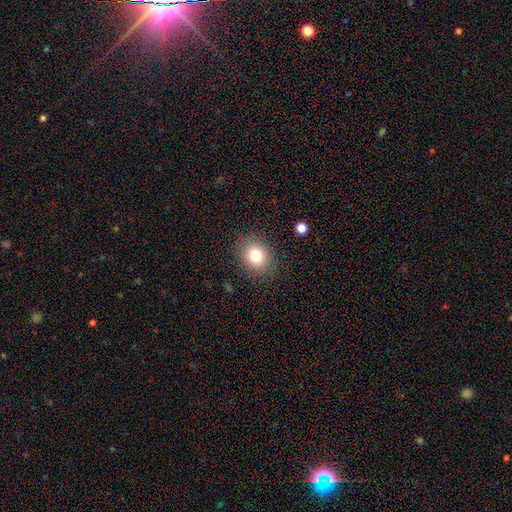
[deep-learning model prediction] smooth-or-featured: smooth: 79% | star or artifact: 12% | featured or disk: 9%
  how-rounded: round: 60% | in between: 39% | cigar-shaped: 1%
  merging: none: 86% | minor disturbance: 9% | major disturbance: 3% | merger: 1%